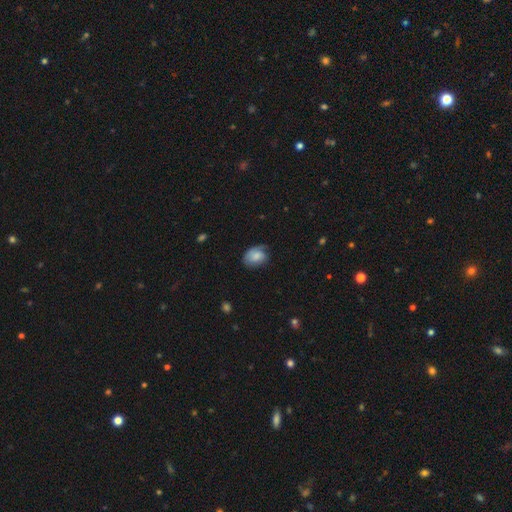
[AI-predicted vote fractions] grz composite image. It shows a smooth galaxy with no disk features (70%) that is in between round and cigar-shaped (66%). Merging: none (56%).